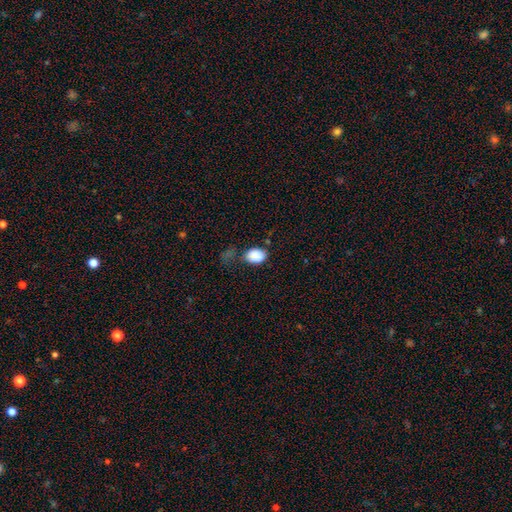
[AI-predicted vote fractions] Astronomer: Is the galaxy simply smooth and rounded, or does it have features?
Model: smooth — 87%.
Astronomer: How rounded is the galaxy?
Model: in between — 78%.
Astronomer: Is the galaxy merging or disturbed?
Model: none — 54%.